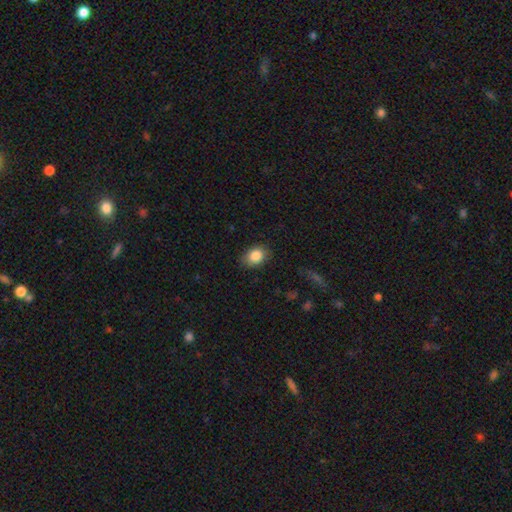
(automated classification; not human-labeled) Smooth or featured? Predicted: smooth (p=0.85). How rounded? Predicted: in between (p=0.69). Merging? Predicted: none (p=0.82).